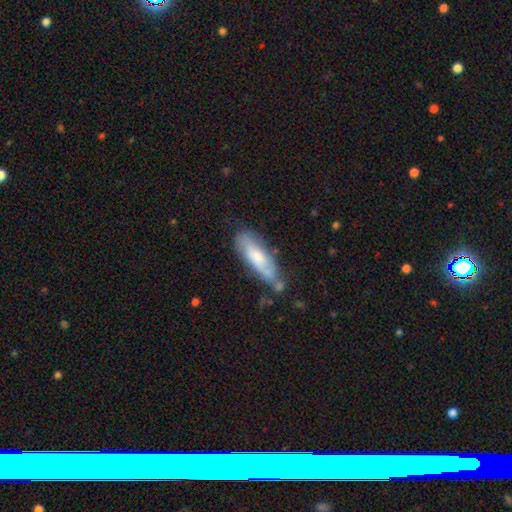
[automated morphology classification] Smooth or featured? Predicted: smooth (p=0.52). How rounded? Predicted: cigar-shaped (p=0.50). Merging? Predicted: none (p=0.59).